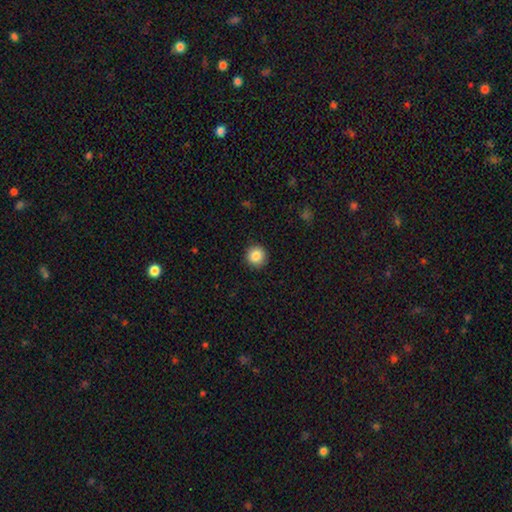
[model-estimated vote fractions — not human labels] This is clearly a smooth galaxy (86%). How rounded: clearly round (95%). Merging: clearly none (92%).